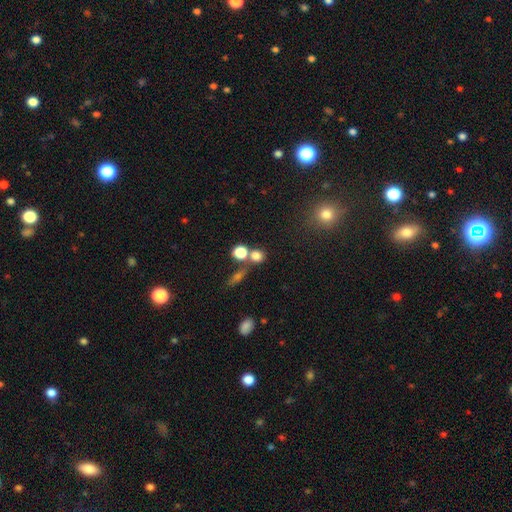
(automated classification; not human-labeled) smooth 77%, star or artifact 14%, featured or disk 9%. Down the decision tree: how rounded — round (77%); merging — none (55%).